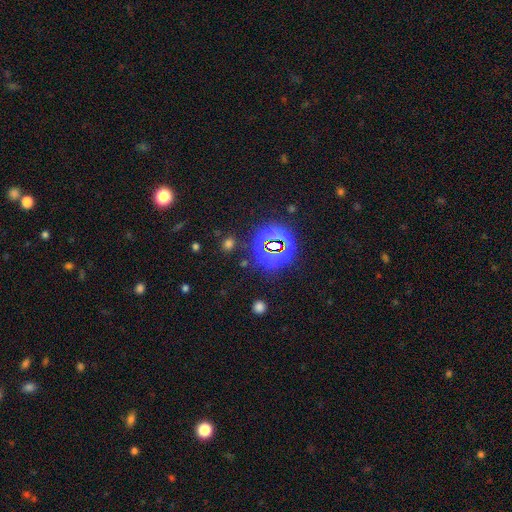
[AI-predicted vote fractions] star or artifact 82%, smooth 11%, featured or disk 7%.